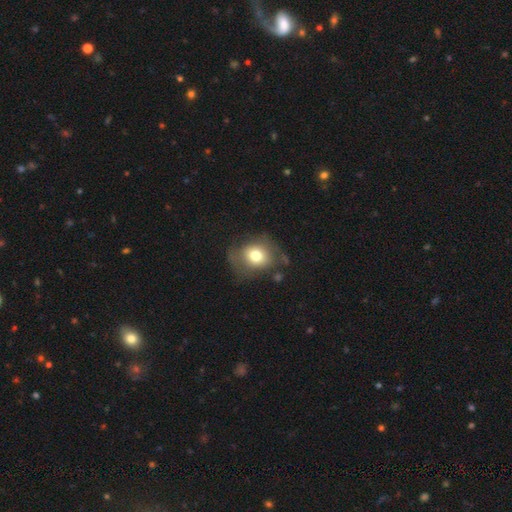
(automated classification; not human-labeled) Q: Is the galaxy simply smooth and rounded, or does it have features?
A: smooth — 69%.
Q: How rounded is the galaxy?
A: round — 64%.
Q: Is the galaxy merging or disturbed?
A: none — 57%.